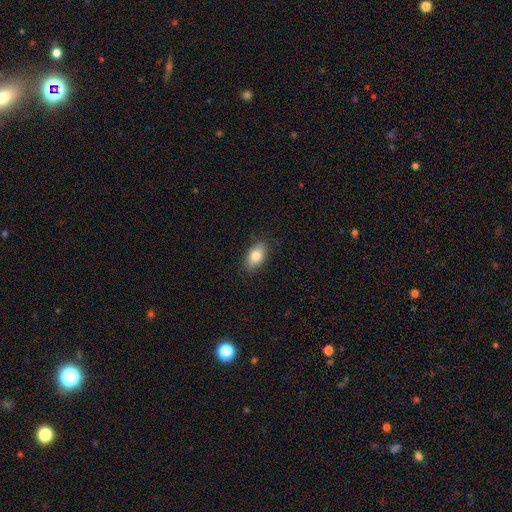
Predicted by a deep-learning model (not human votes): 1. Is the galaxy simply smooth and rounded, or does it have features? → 81% smooth, 12% featured or disk, 7% star or artifact.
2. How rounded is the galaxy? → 91% in between, 6% round, 4% cigar-shaped.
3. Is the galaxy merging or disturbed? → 87% none, 10% minor disturbance, 2% major disturbance, 1% merger.